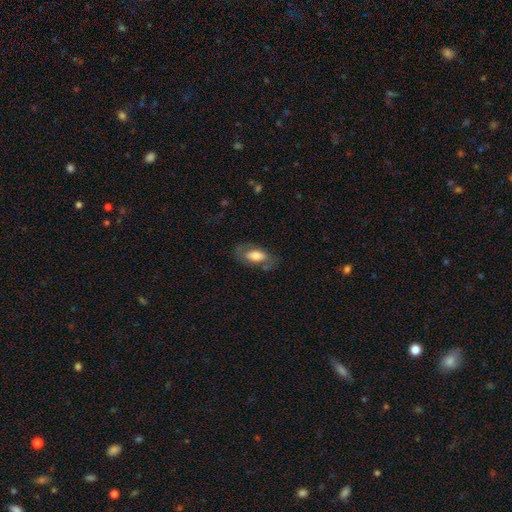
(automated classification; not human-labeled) Overall: smooth (57%; featured or disk 36%). How rounded: in between (90%). Merging: none (69%).